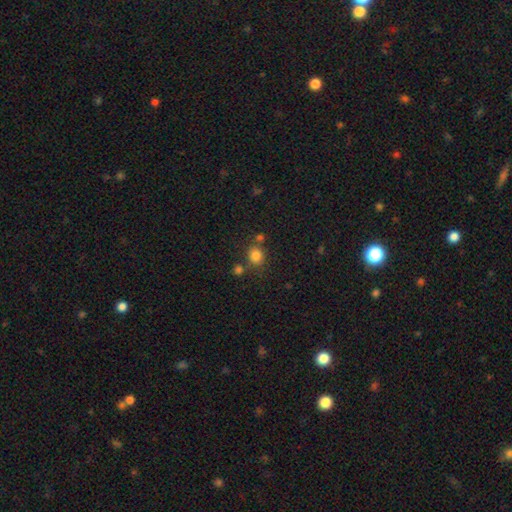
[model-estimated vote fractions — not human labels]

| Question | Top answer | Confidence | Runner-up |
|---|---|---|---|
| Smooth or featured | smooth | 81% | star or artifact (13%) |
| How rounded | round | 79% | in between (20%) |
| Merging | none | 70% | merger (15%) |